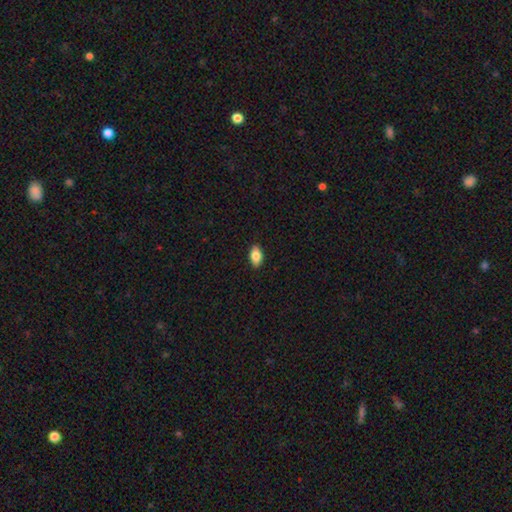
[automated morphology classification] Smooth or featured? Predicted: smooth (p=0.84). How rounded? Predicted: in between (p=0.91). Merging? Predicted: none (p=0.90).